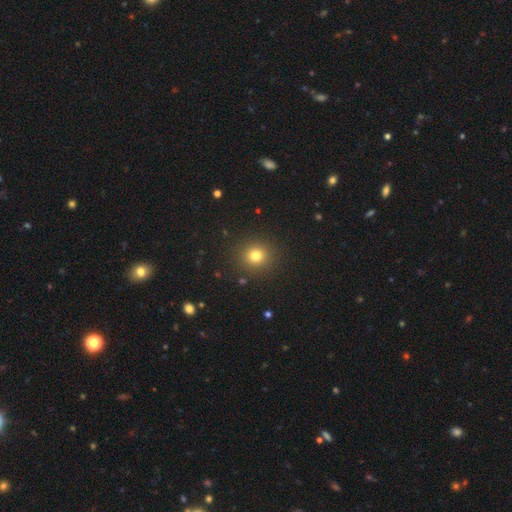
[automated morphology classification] Smooth or featured: smooth — 78% (star or artifact — 16%)
How rounded: round — 90% (in between — 10%)
Merging: none — 90% (minor disturbance — 6%)